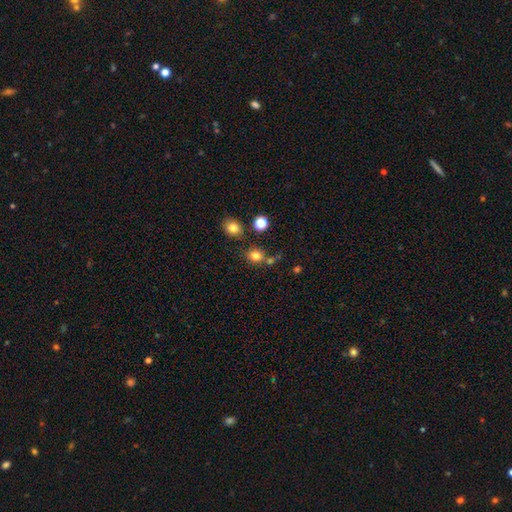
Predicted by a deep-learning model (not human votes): Overall: smooth (80%). How rounded: round (77%). Merging: none (66%).